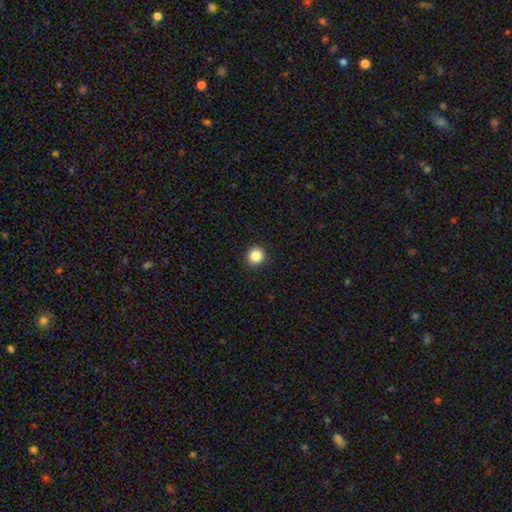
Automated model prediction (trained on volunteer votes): Morphology: type=smooth (86%); roundness=round (94%); merging=none (93%).